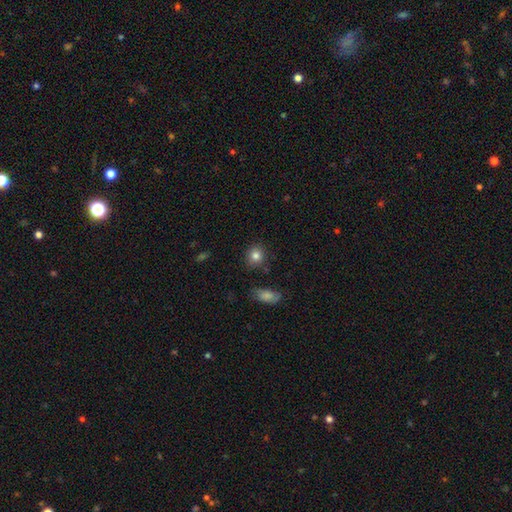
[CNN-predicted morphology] A smooth galaxy with no disk features (83%) that is round (82%).

Vote fractions:
- Smooth or featured? smooth: 83% / star or artifact: 10% / featured or disk: 7%
- How rounded? round: 82% / in between: 17% / cigar-shaped: 1%
- Merging? none: 85% / minor disturbance: 10% / major disturbance: 3% / merger: 3%